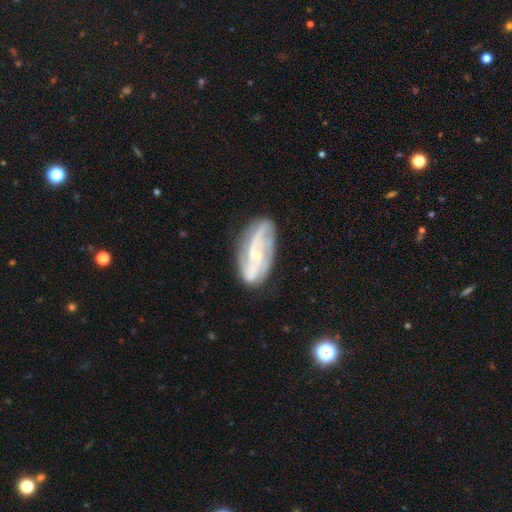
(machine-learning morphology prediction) Smooth or featured: featured or disk — 75% (smooth — 18%)
Edge-on disk: no — 93% (yes — 7%)
Bar: no — 49% (weak — 38%)
Spiral arms: yes — 89% (no — 11%)
Spiral winding: medium — 42% (tight — 30%)
Spiral arm count: 2 — 49% (can't tell — 24%)
Bulge size: small — 56% (moderate — 32%)
Merging: none — 69% (minor disturbance — 20%)